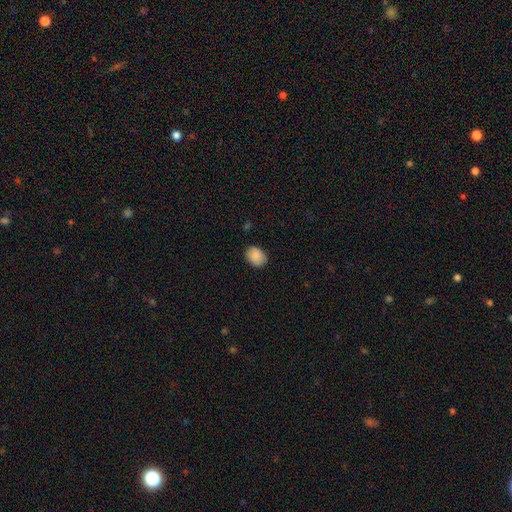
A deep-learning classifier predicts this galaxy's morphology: Smooth or featured?
  - smooth: 89% *
  - star or artifact: 7%
  - featured or disk: 4%
How rounded?
  - in between: 63% *
  - round: 36%
  - cigar-shaped: 1%
Merging?
  - none: 85% *
  - minor disturbance: 12%
  - major disturbance: 2%
  - merger: 1%